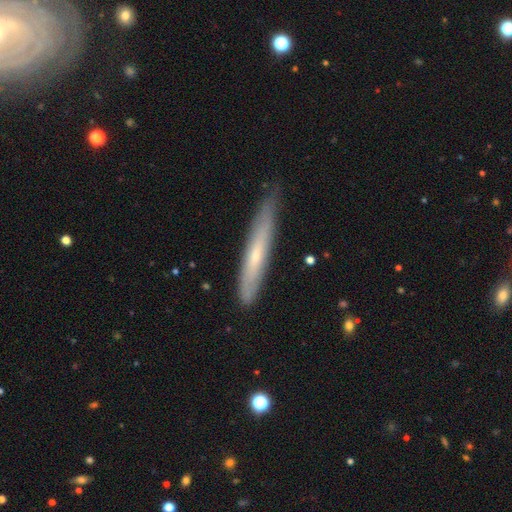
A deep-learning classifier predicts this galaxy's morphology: This appears to be a featured or disk galaxy (48%). Merging: none (79%).